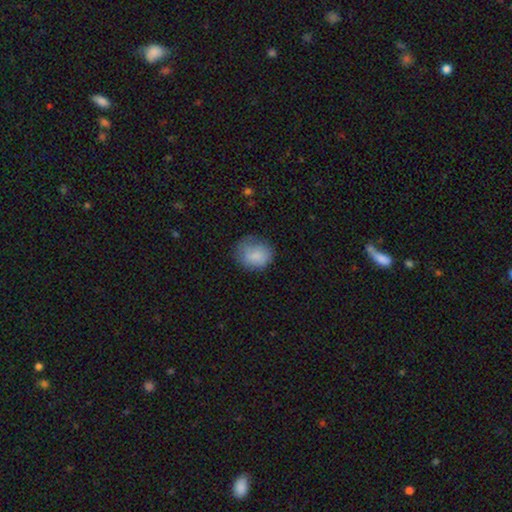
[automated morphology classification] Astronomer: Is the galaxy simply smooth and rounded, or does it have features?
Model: smooth — 81%.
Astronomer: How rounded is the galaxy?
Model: round — 65%.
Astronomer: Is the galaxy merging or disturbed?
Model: none — 59%.